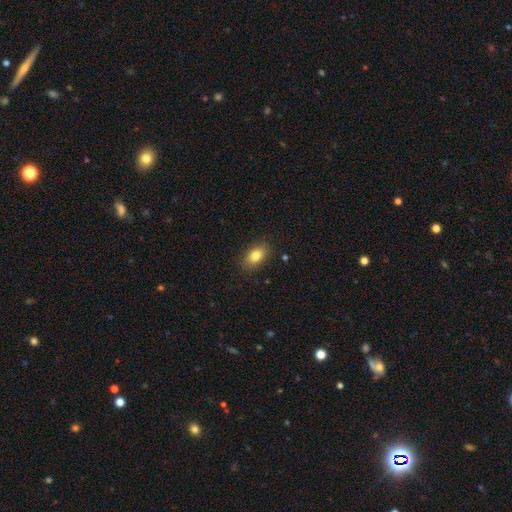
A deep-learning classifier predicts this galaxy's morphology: This appears to be a smooth galaxy with no disk features (82%) that is in between round and cigar-shaped (86%). Merging: none (86%).